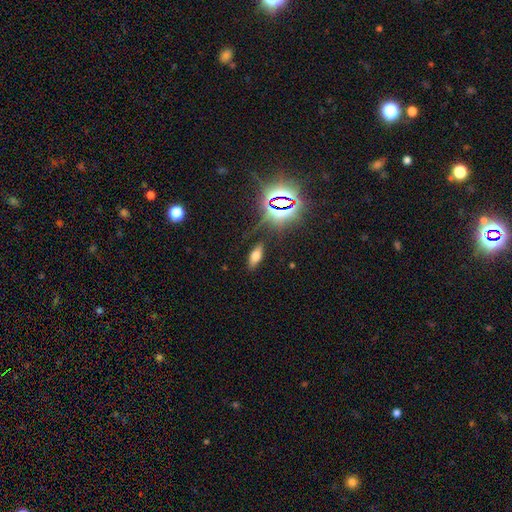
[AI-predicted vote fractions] This appears to be a smooth galaxy with no disk features (61%) that is in between round and cigar-shaped (78%). Merging: none (82%).